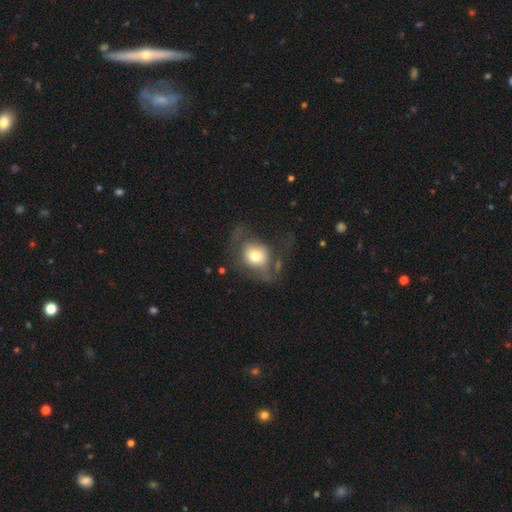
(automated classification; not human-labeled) This appears to be a smooth galaxy with no disk features (61%) that is round (53%). Merging: major disturbance (40%).